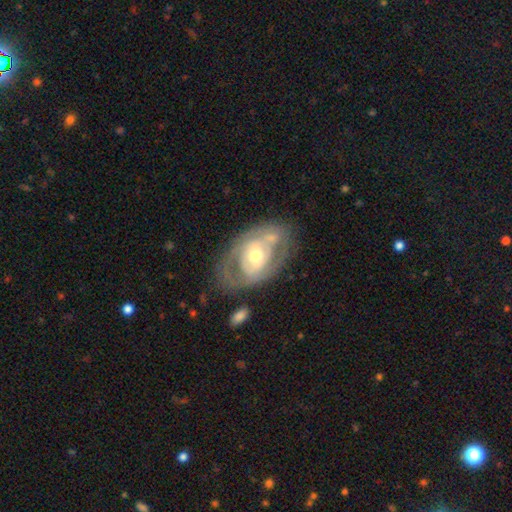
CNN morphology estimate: Smooth or featured?
  - featured or disk: 73% *
  - smooth: 21%
  - star or artifact: 5%
Edge-on disk?
  - no: 94% *
  - yes: 6%
Bar?
  - no: 58% *
  - weak: 30%
  - strong: 13%
Spiral arms?
  - yes: 57% *
  - no: 43%
Bulge size?
  - moderate: 67% *
  - small: 23%
  - large: 8%
  - dominant: 1%
  - none: 1%
Merging?
  - none: 61% *
  - minor disturbance: 21%
  - major disturbance: 12%
  - merger: 6%